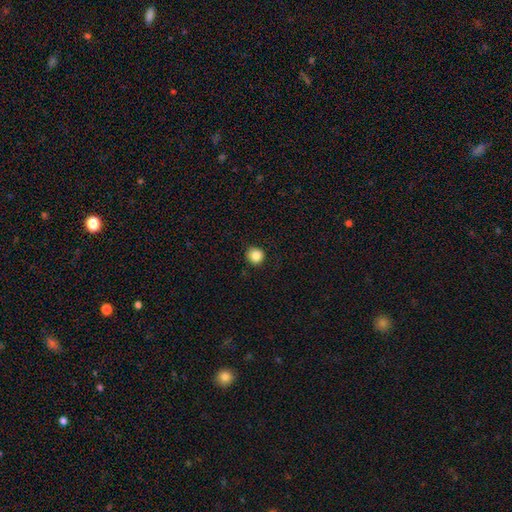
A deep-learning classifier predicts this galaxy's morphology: smooth 86%, star or artifact 10%, featured or disk 4%. Down the decision tree: how rounded — round (91%); merging — none (85%).